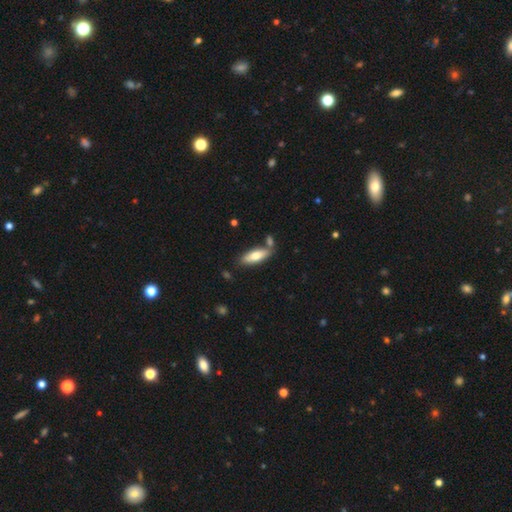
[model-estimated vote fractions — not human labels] Smooth or featured? smooth (73%)
How rounded? in between (62%)
Merging? none (73%)